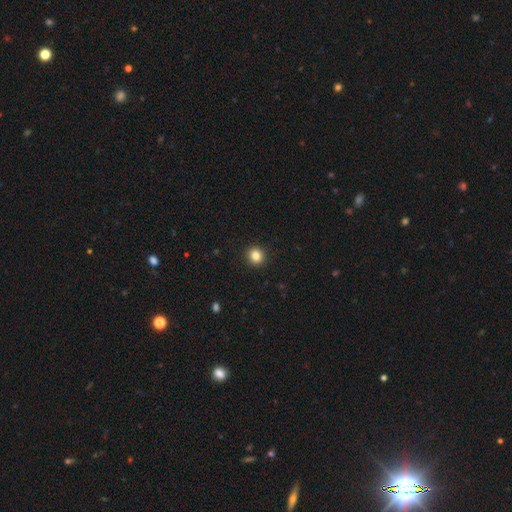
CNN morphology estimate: Smooth or featured? smooth (84%)
How rounded? round (91%)
Merging? none (93%)